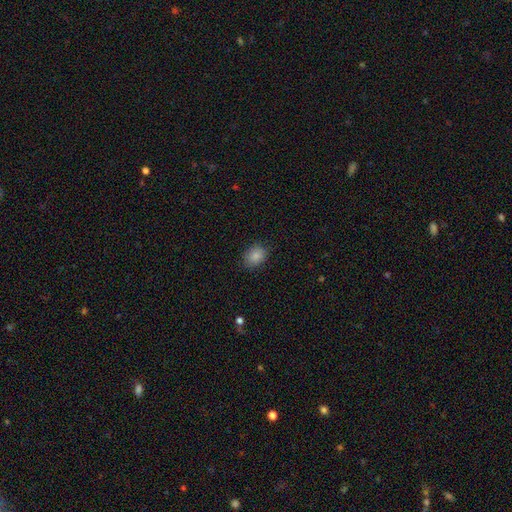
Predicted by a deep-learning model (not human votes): smooth_or_featured: smooth (p=0.86) [alt: star or artifact p=0.09]
how_rounded: in between (p=0.56) [alt: round p=0.43]
merging: none (p=0.84) [alt: minor disturbance p=0.12]